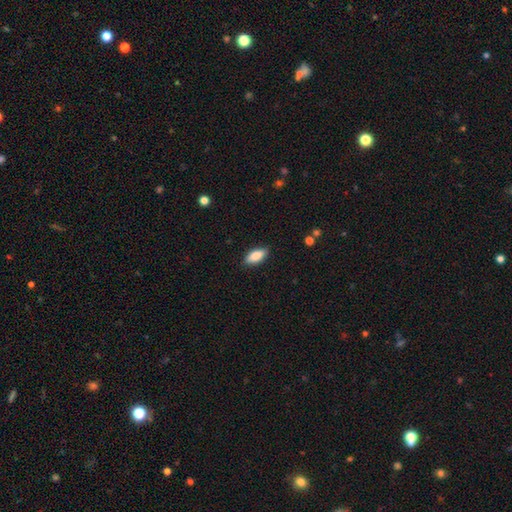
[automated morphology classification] smooth 83%, featured or disk 11%, star or artifact 6%. Down the decision tree: how rounded — in between (85%); merging — none (88%).